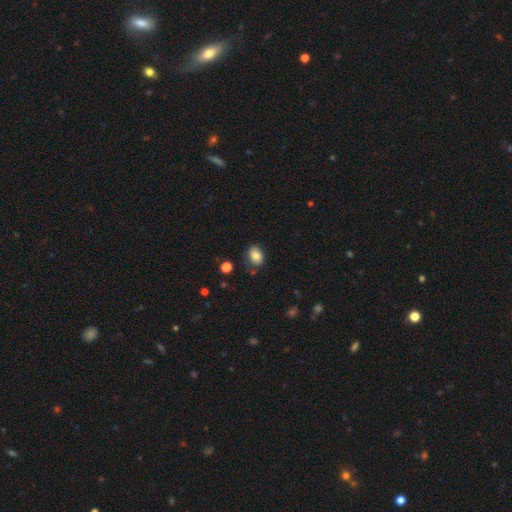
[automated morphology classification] Q: Smooth or featured?
A: smooth (78%); runner-up: featured or disk (14%)
Q: How rounded?
A: in between (72%); runner-up: round (27%)
Q: Merging?
A: none (69%); runner-up: minor disturbance (21%)